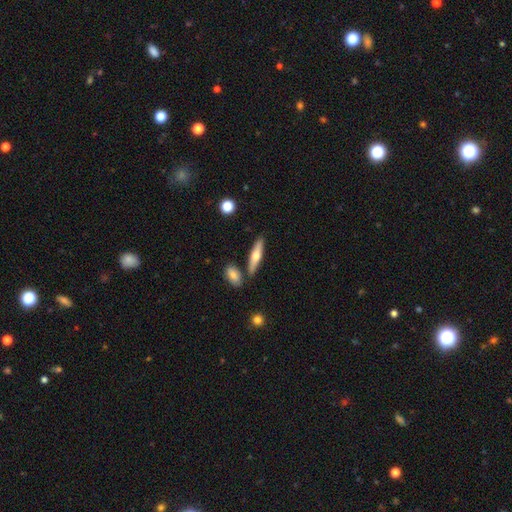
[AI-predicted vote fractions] Morphology: type=smooth (51%); roundness=cigar-shaped (74%); merging=none (81%).